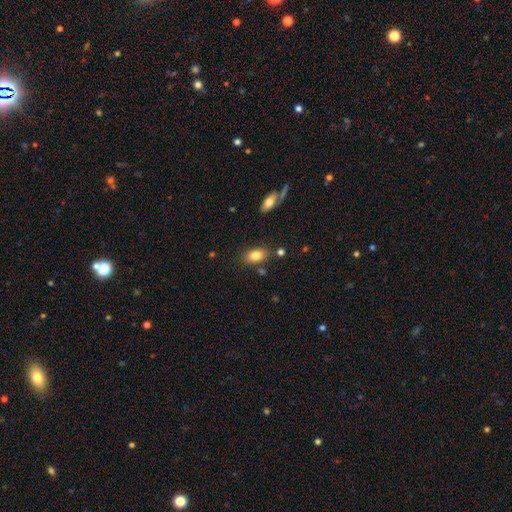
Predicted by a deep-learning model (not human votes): Morphology: type=smooth (81%); roundness=in between (88%); merging=none (80%).